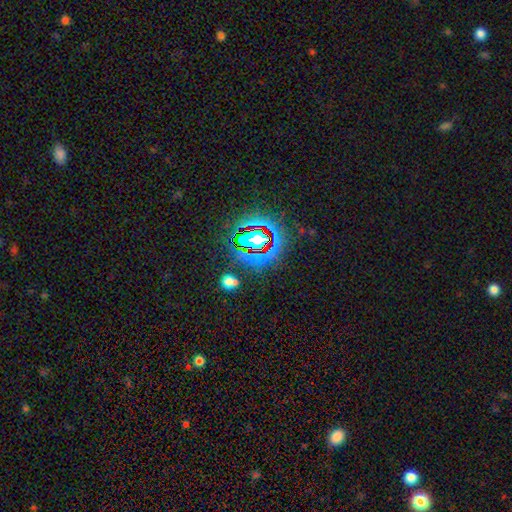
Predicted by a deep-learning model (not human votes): This is likely a star or artifact rather than a galaxy (75%).